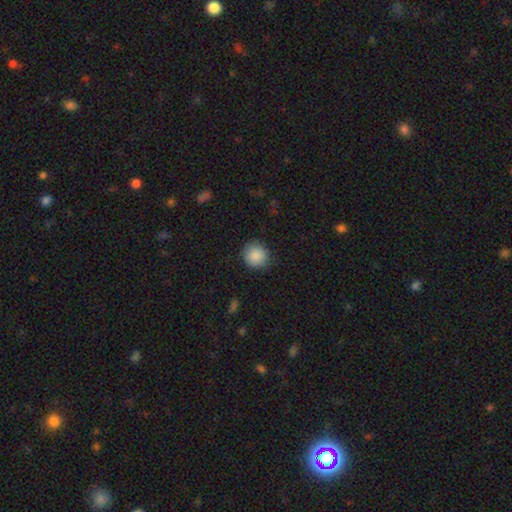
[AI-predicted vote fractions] This is clearly a smooth galaxy (88%). How rounded: clearly round (89%). Merging: clearly none (86%).